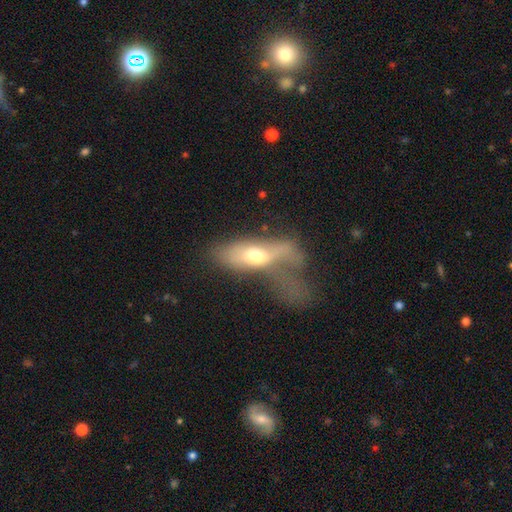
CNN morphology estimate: The model was most divided on "smooth or featured": smooth: 51%, featured or disk: 40%, star or artifact: 8%. More confident: how rounded — in between (64%); merging — major disturbance (57%).